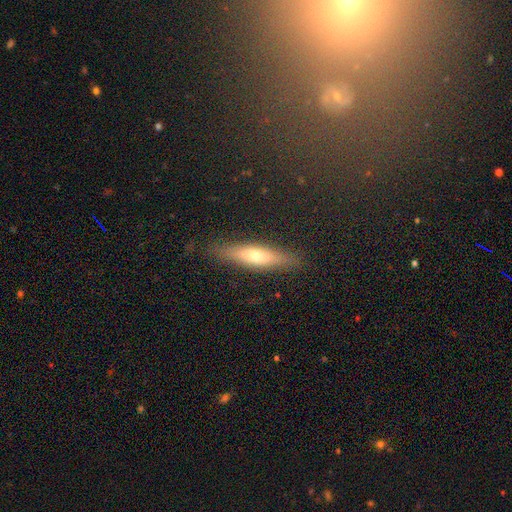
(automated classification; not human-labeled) Smooth or featured: smooth — 57% (featured or disk — 36%)
How rounded: cigar-shaped — 76% (in between — 22%)
Merging: none — 86% (minor disturbance — 10%)